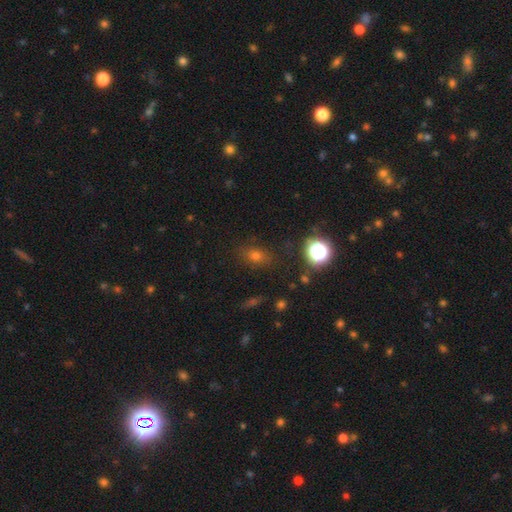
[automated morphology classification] The model was most divided on "how rounded": in between: 57%, round: 40%, cigar-shaped: 3%. More confident: merging — none (83%); smooth or featured — smooth (63%).